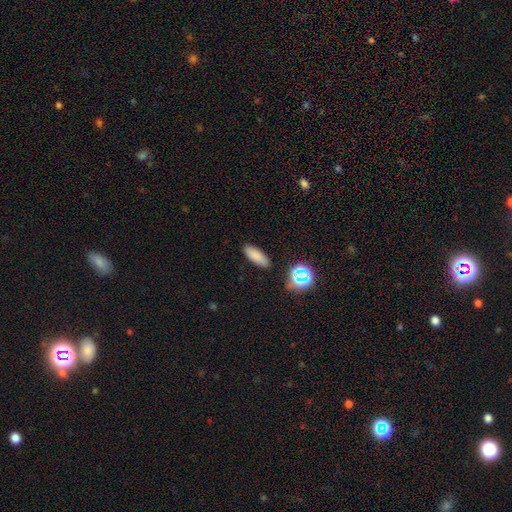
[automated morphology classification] Smooth or featured: smooth — 81% (star or artifact — 13%)
How rounded: in between — 67% (cigar-shaped — 30%)
Merging: none — 87% (minor disturbance — 8%)